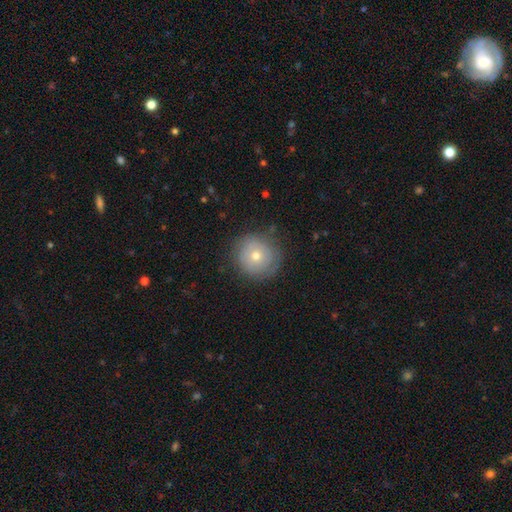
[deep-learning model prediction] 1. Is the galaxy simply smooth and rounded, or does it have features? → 63% smooth, 28% featured or disk, 9% star or artifact.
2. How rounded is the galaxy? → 93% round, 6% in between, 1% cigar-shaped.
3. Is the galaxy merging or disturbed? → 81% none, 13% minor disturbance, 5% major disturbance, 1% merger.